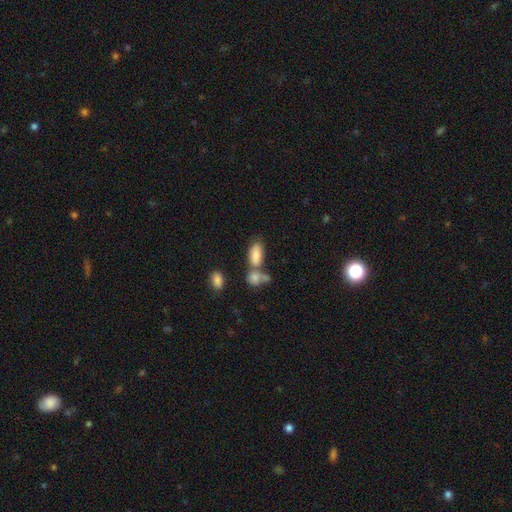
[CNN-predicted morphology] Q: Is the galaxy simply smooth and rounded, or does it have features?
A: smooth — 80%.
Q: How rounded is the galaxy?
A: in between — 89%.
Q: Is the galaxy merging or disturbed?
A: merger — 45%.